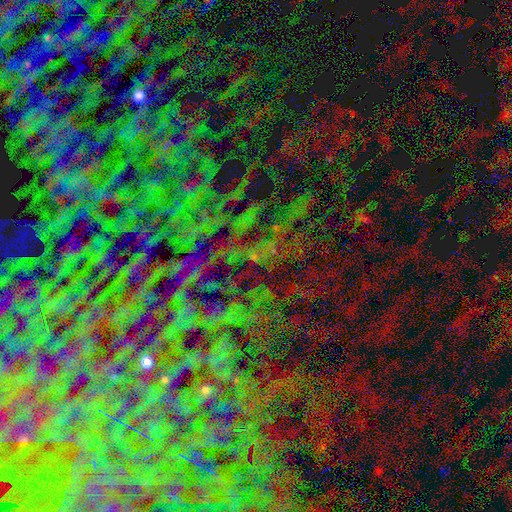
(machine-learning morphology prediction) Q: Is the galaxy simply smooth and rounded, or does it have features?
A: star or artifact — 82%.